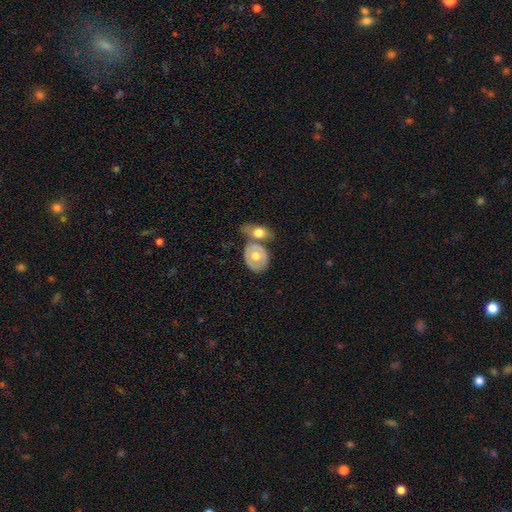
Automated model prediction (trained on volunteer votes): Q: Smooth or featured?
A: smooth (53%); runner-up: featured or disk (42%)
Q: How rounded?
A: in between (60%); runner-up: round (38%)
Q: Merging?
A: none (43%); runner-up: merger (41%)